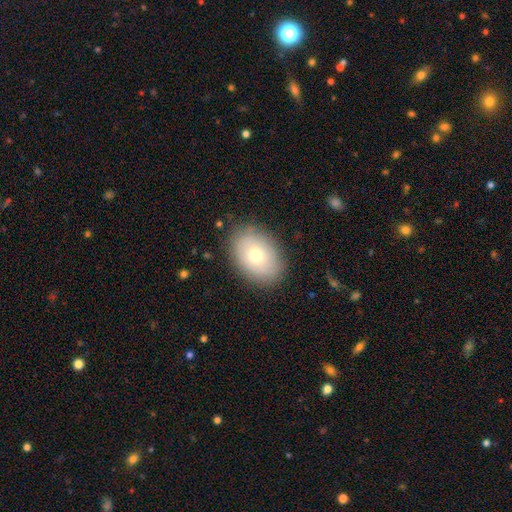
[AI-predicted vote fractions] Smooth or featured? smooth (71%)
How rounded? in between (75%)
Merging? none (84%)